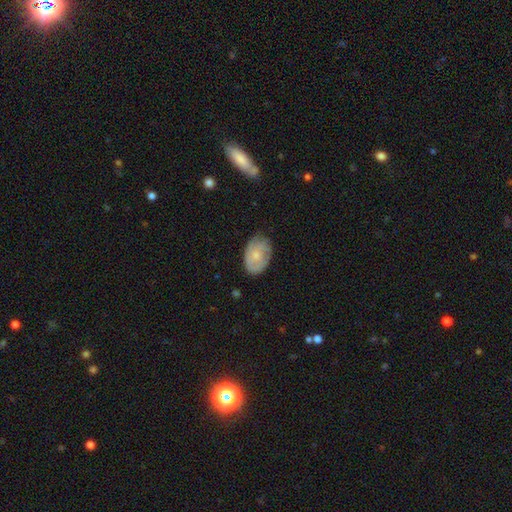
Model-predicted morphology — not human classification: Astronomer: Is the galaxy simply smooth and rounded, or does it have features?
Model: smooth — 54% (runner-up: featured or disk, 40%).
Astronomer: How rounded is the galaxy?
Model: in between — 85%.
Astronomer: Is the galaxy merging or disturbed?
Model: none — 73%.